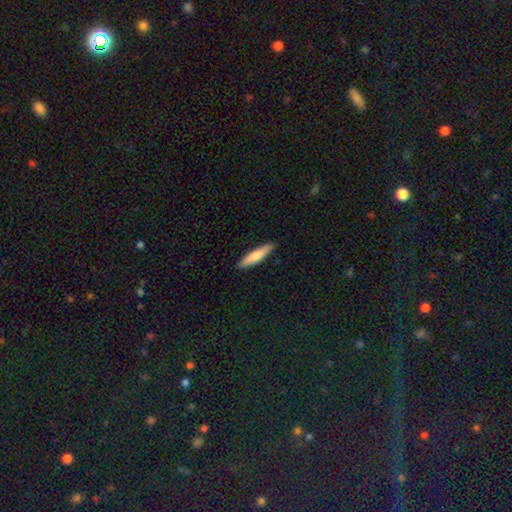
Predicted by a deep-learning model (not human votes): Smooth or featured?
  - smooth: 75% *
  - featured or disk: 19%
  - star or artifact: 5%
How rounded?
  - cigar-shaped: 81% *
  - in between: 17%
  - round: 1%
Merging?
  - none: 89% *
  - minor disturbance: 8%
  - major disturbance: 2%
  - merger: 1%